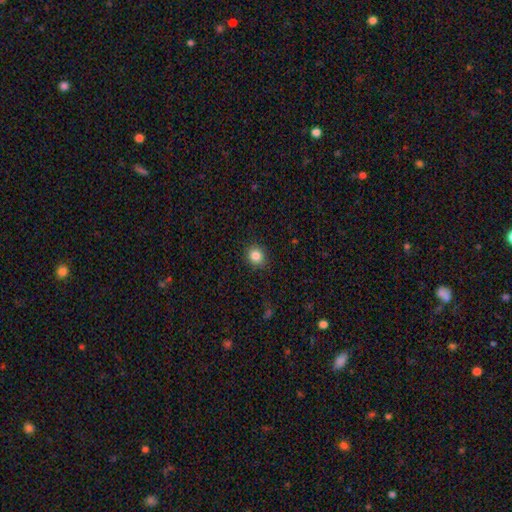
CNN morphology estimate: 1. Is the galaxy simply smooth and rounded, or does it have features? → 84% smooth, 11% star or artifact, 5% featured or disk.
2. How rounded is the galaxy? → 79% round, 20% in between, 1% cigar-shaped.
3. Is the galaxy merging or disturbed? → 89% none, 8% minor disturbance, 2% major disturbance, 1% merger.